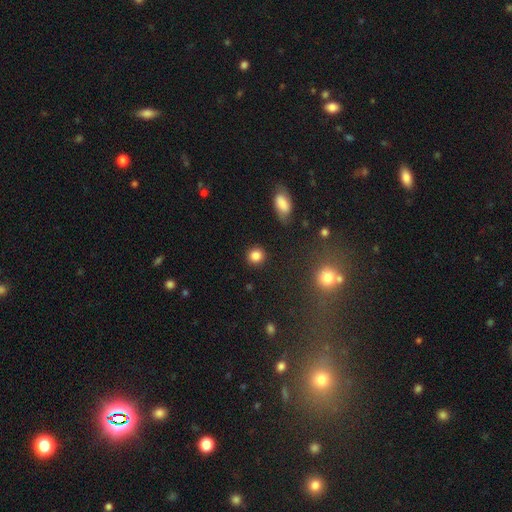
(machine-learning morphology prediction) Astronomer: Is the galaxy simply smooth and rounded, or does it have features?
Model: smooth — 85%.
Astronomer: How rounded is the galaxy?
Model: round — 87%.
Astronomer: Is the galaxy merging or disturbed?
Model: none — 89%.